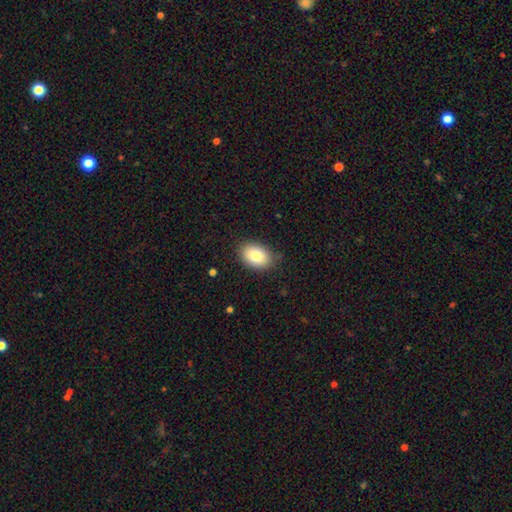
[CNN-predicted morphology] A smooth galaxy with no disk features (83%) that is in between round and cigar-shaped (84%).

Vote fractions:
- Smooth or featured? smooth: 83% / featured or disk: 9% / star or artifact: 7%
- How rounded? in between: 84% / round: 15% / cigar-shaped: 1%
- Merging? none: 84% / minor disturbance: 13% / major disturbance: 3% / merger: 1%